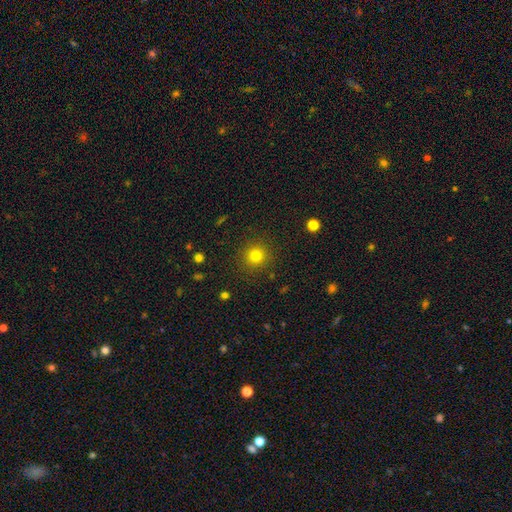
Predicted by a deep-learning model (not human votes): Smooth or featured? Predicted: smooth (p=0.79). How rounded? Predicted: round (p=0.94). Merging? Predicted: none (p=0.89).